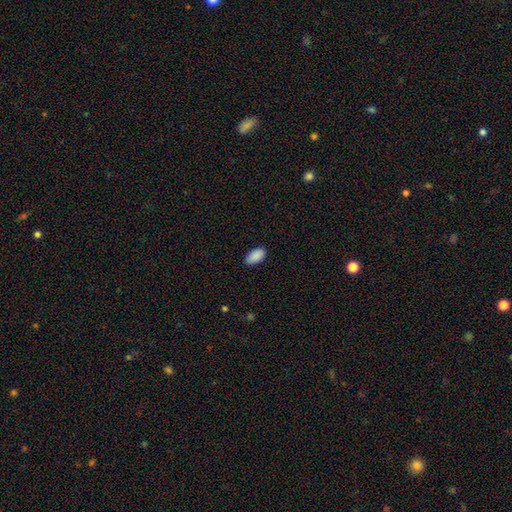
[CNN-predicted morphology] This is clearly a smooth galaxy (90%). How rounded: clearly in between (95%). Merging: clearly none (85%).